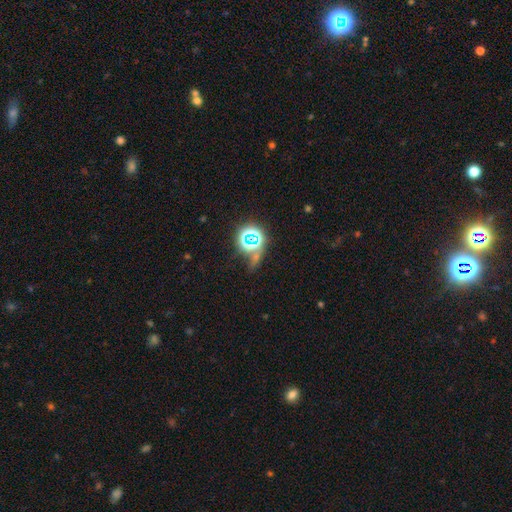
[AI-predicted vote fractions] Smooth or featured? Predicted: star or artifact (p=0.65).